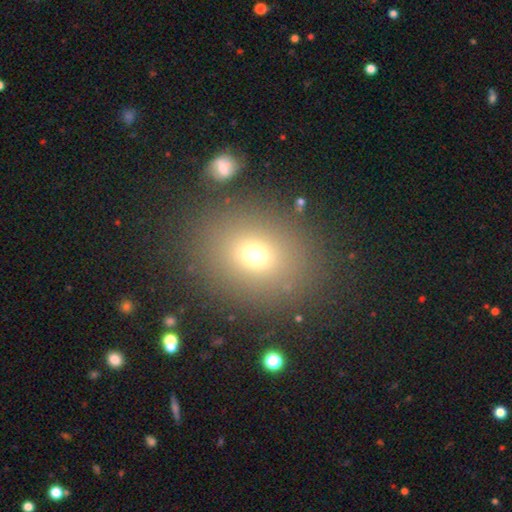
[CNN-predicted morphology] Smooth or featured?
  - smooth: 70% *
  - star or artifact: 18%
  - featured or disk: 12%
How rounded?
  - round: 56% *
  - in between: 43%
  - cigar-shaped: 1%
Merging?
  - none: 81% *
  - minor disturbance: 9%
  - major disturbance: 5%
  - merger: 5%